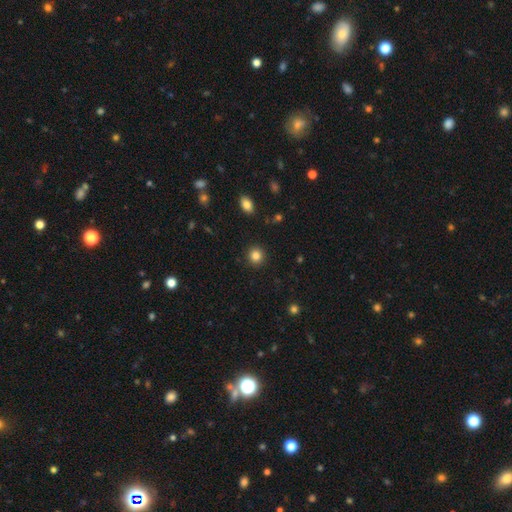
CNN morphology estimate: Smooth or featured?
  - smooth: 84% *
  - star or artifact: 11%
  - featured or disk: 5%
How rounded?
  - round: 90% *
  - in between: 9%
  - cigar-shaped: 1%
Merging?
  - none: 92% *
  - minor disturbance: 5%
  - major disturbance: 2%
  - merger: 1%